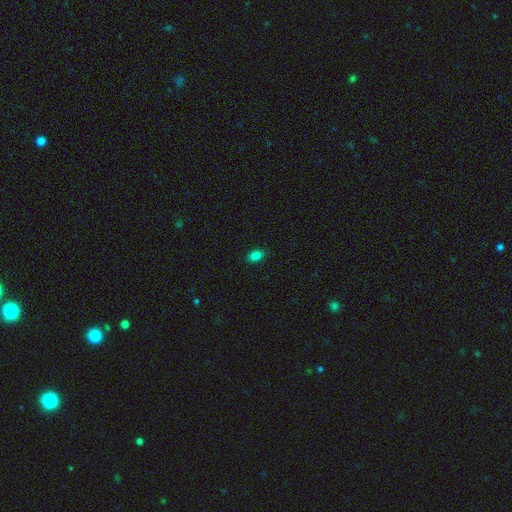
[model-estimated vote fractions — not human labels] Q: Smooth or featured?
A: smooth (84%); runner-up: star or artifact (12%)
Q: How rounded?
A: in between (85%); runner-up: round (13%)
Q: Merging?
A: none (88%); runner-up: minor disturbance (9%)